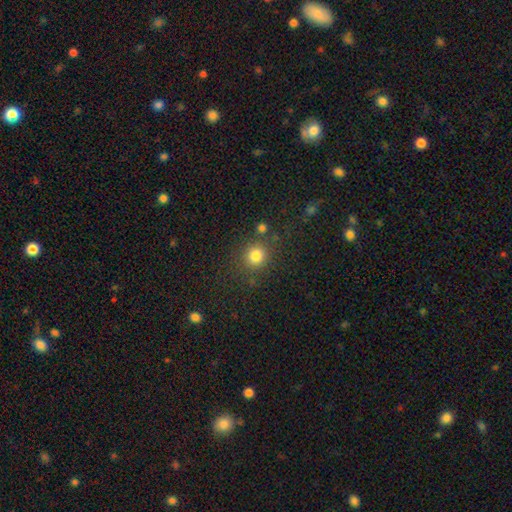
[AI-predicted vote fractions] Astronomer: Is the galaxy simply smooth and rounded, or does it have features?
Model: smooth — 81%.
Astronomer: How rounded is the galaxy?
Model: round — 87%.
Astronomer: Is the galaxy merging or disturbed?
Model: none — 79%.